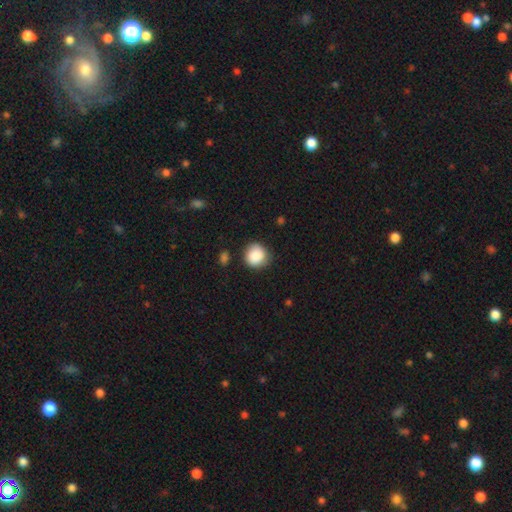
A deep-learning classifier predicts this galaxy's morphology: This is clearly a smooth galaxy (89%). How rounded: clearly round (89%). Merging: clearly none (80%).